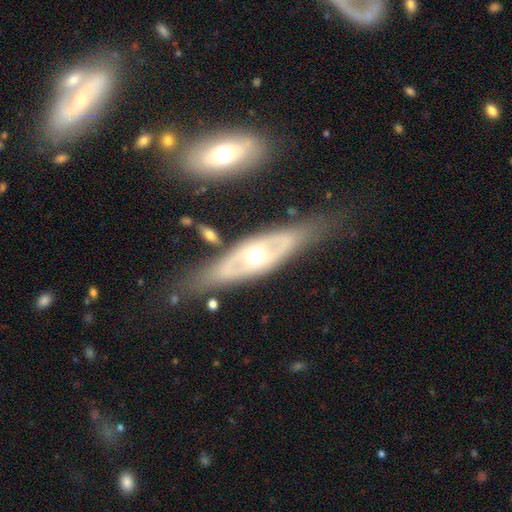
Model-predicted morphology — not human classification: featured or disk 73%, smooth 22%, star or artifact 5%. Down the decision tree: edge-on disk — no (71%); bar — no (75%); spiral arms — no (67%); bulge size — moderate (69%); merging — none (71%).